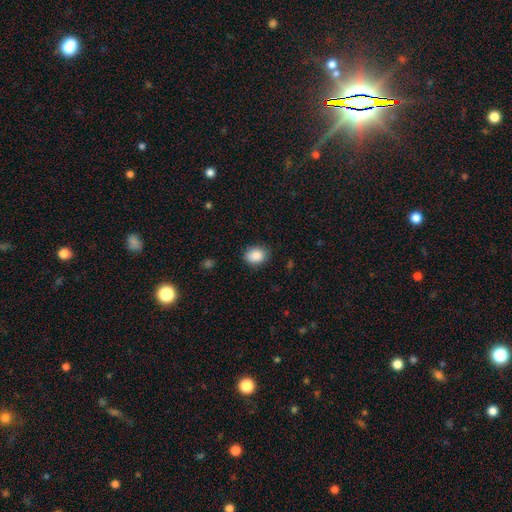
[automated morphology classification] This is clearly a smooth galaxy (88%). How rounded: possibly in between (55%). Merging: clearly none (83%).